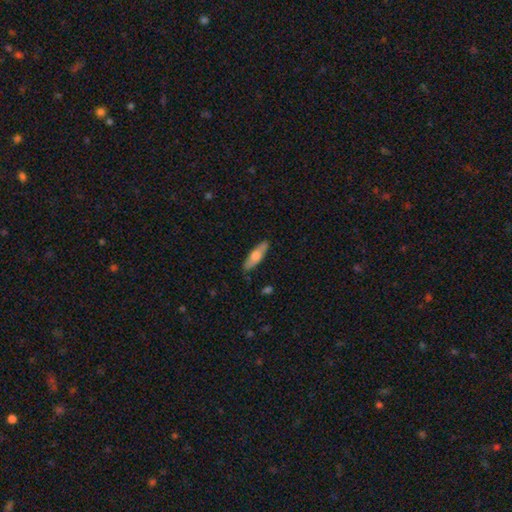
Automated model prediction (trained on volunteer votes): smooth_or_featured: smooth (p=0.65) [alt: featured or disk p=0.30]
how_rounded: cigar-shaped (p=0.55) [alt: in between p=0.43]
merging: none (p=0.85) [alt: minor disturbance p=0.11]